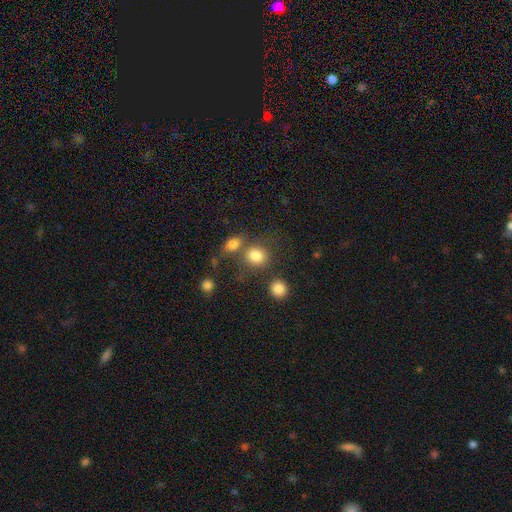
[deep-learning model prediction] A smooth galaxy with no disk features (82%) that is round (72%).

Vote fractions:
- Smooth or featured? smooth: 82% / star or artifact: 11% / featured or disk: 7%
- How rounded? round: 72% / in between: 26% / cigar-shaped: 1%
- Merging? none: 60% / merger: 23% / minor disturbance: 11% / major disturbance: 5%